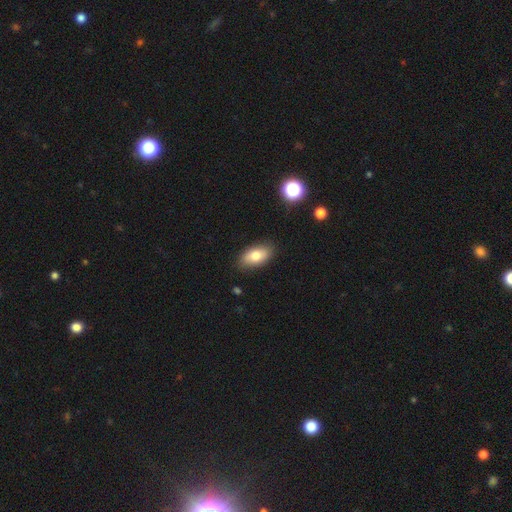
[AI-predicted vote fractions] A smooth galaxy with no disk features (77%) that is in between round and cigar-shaped (92%).

Vote fractions:
- Smooth or featured? smooth: 77% / featured or disk: 15% / star or artifact: 7%
- How rounded? in between: 92% / round: 4% / cigar-shaped: 4%
- Merging? none: 85% / minor disturbance: 11% / major disturbance: 2% / merger: 1%